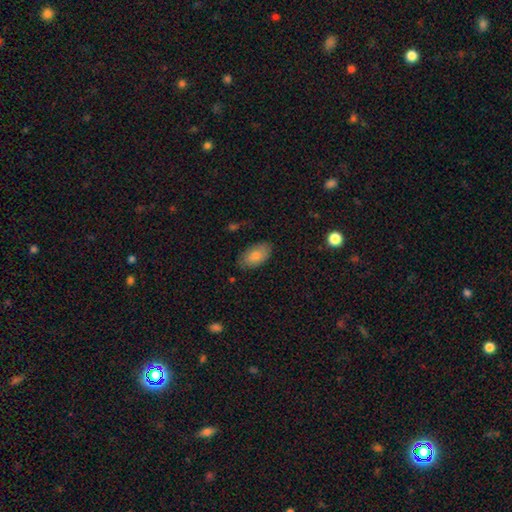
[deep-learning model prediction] Smooth or featured?
  - smooth: 80% *
  - featured or disk: 13%
  - star or artifact: 7%
How rounded?
  - in between: 94% *
  - round: 4%
  - cigar-shaped: 2%
Merging?
  - none: 79% *
  - minor disturbance: 16%
  - major disturbance: 4%
  - merger: 1%